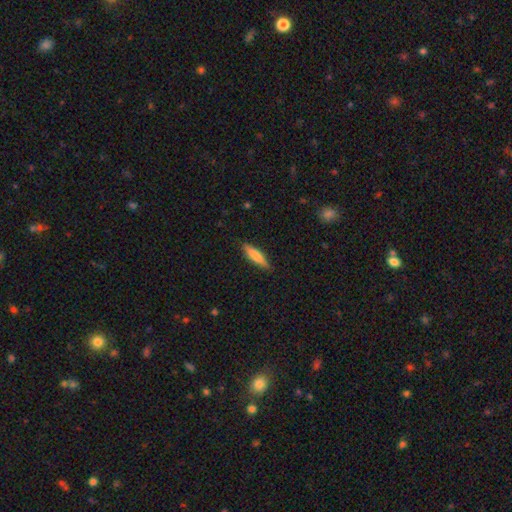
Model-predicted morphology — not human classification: Q: Smooth or featured?
A: smooth (74%); runner-up: featured or disk (20%)
Q: How rounded?
A: cigar-shaped (75%); runner-up: in between (23%)
Q: Merging?
A: none (87%); runner-up: minor disturbance (10%)